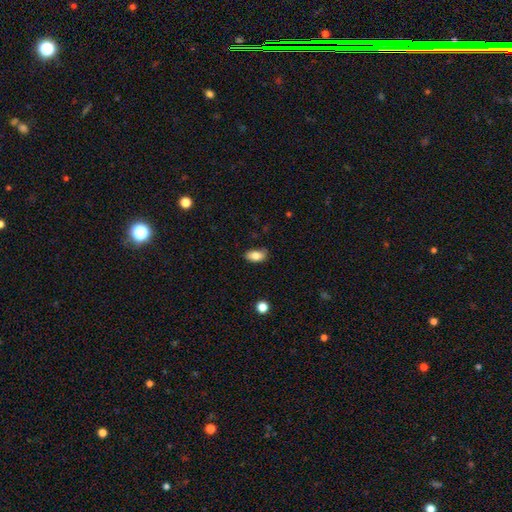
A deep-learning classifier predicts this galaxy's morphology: smooth 84%, featured or disk 9%, star or artifact 8%. Down the decision tree: how rounded — in between (91%); merging — none (79%).